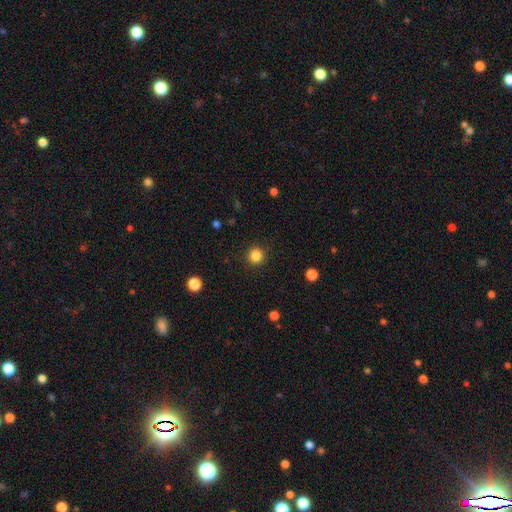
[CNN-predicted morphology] type=smooth (85%); roundness=round (93%); merging=none (91%).